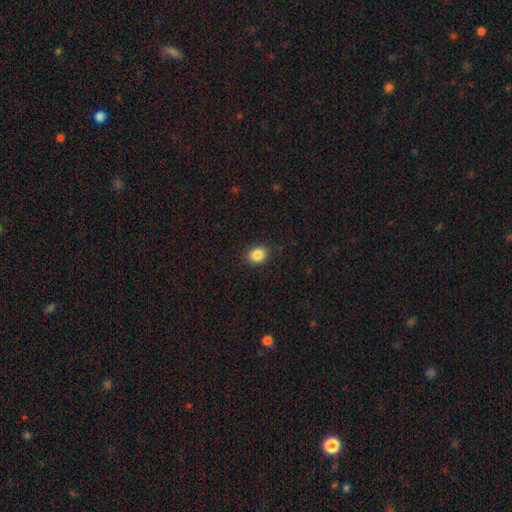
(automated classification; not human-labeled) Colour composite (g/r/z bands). It shows a smooth galaxy with no disk features (87%) that is in between round and cigar-shaped (52%). Merging: none (88%).